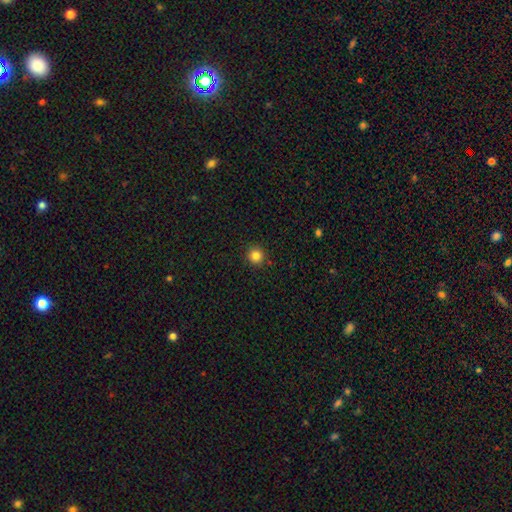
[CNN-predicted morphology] Smooth or featured? Predicted: smooth (p=0.84). How rounded? Predicted: round (p=0.94). Merging? Predicted: none (p=0.91).